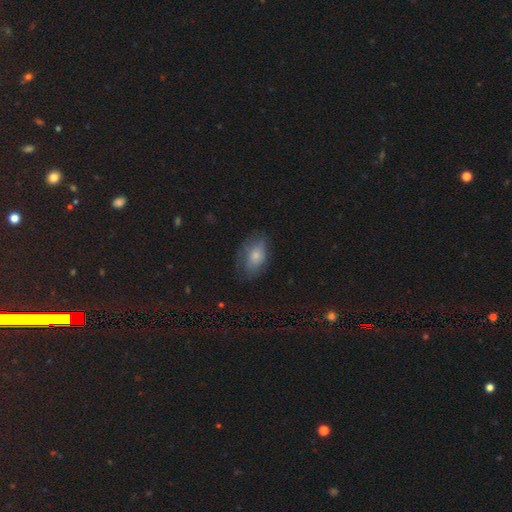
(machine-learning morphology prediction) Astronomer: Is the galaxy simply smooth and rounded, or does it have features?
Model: smooth — 66%.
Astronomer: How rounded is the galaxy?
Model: in between — 86%.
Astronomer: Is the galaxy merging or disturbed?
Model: none — 60%.